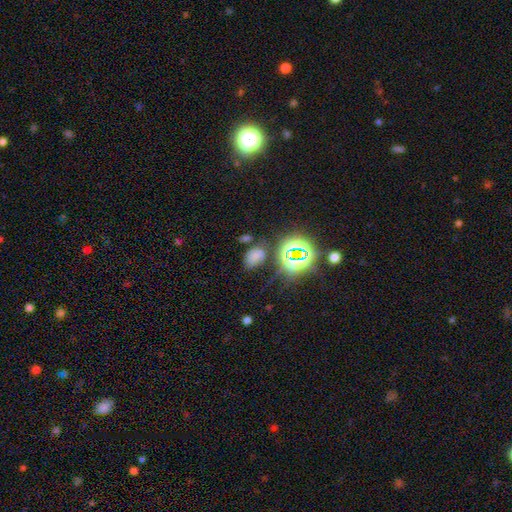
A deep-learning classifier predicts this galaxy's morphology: smooth-or-featured: smooth: 60% | star or artifact: 32% | featured or disk: 8%
  how-rounded: in between: 86% | round: 13% | cigar-shaped: 2%
  merging: none: 64% | minor disturbance: 19% | major disturbance: 9% | merger: 8%